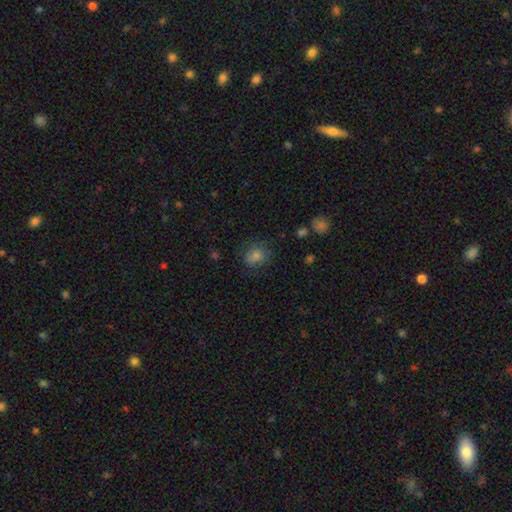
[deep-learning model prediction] Smooth or featured? Predicted: smooth (p=0.76). How rounded? Predicted: round (p=0.69). Merging? Predicted: none (p=0.77).